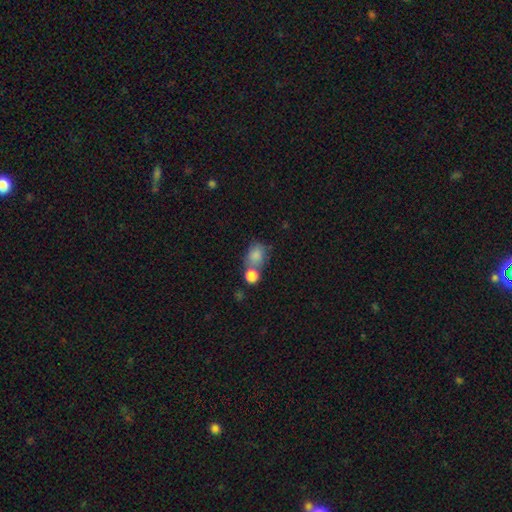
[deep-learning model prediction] A smooth galaxy with no disk features (82%) that is in between round and cigar-shaped (56%).

Vote fractions:
- Smooth or featured? smooth: 82% / star or artifact: 9% / featured or disk: 8%
- How rounded? in between: 56% / round: 42% / cigar-shaped: 1%
- Merging? none: 42% / merger: 37% / minor disturbance: 15% / major disturbance: 6%